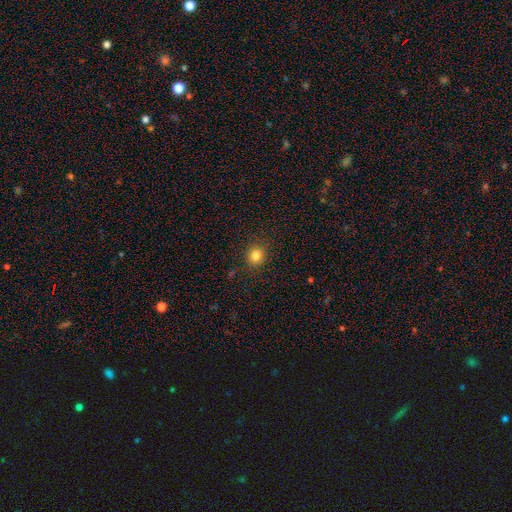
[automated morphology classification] This is clearly a smooth galaxy (83%). How rounded: clearly round (87%). Merging: clearly none (90%).